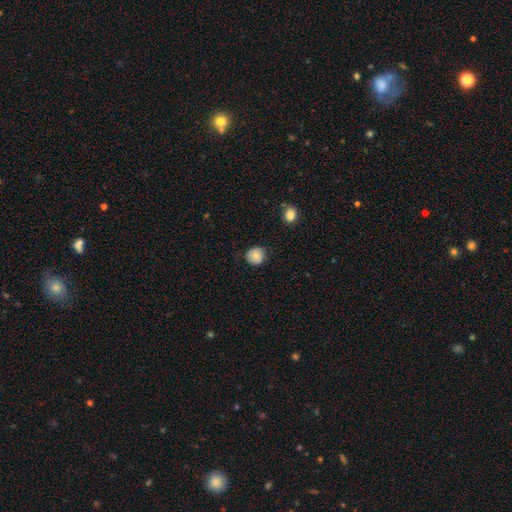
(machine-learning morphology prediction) smooth 77%, featured or disk 14%, star or artifact 9%. Down the decision tree: how rounded — round (89%); merging — none (81%).